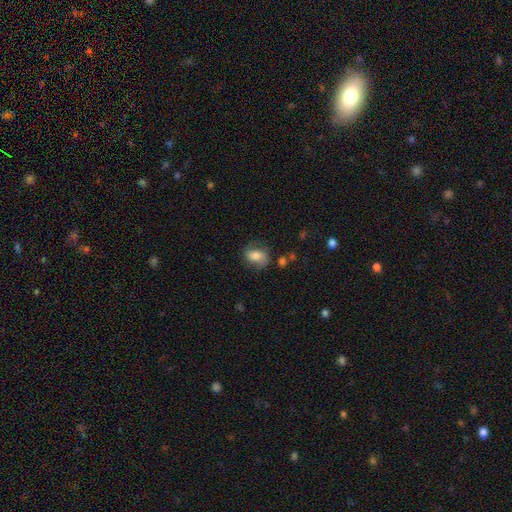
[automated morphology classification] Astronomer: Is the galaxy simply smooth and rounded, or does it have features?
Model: smooth — 59%.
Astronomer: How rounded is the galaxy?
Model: in between — 72%.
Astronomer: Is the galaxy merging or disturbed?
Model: none — 65%.